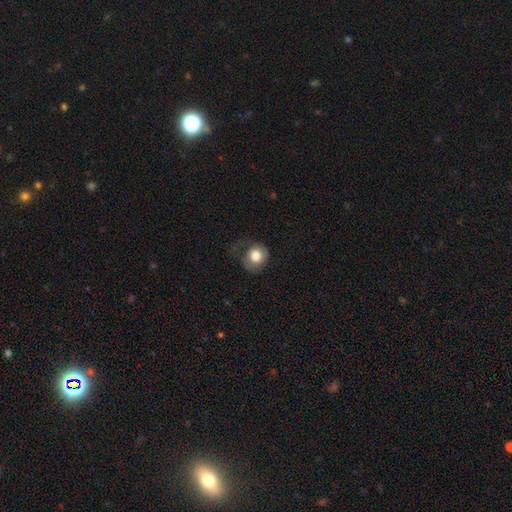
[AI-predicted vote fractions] This appears to be a smooth galaxy with no disk features (77%) that is round (78%). Merging: none (44%).